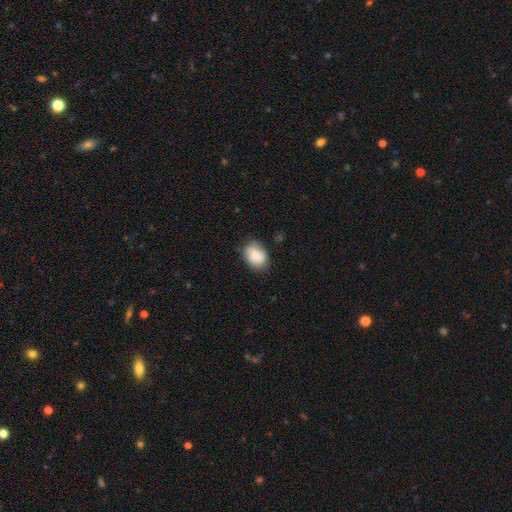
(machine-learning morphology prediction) smooth_or_featured: smooth (p=0.83) [alt: featured or disk p=0.10]
how_rounded: in between (p=0.77) [alt: round p=0.22]
merging: none (p=0.70) [alt: minor disturbance p=0.23]